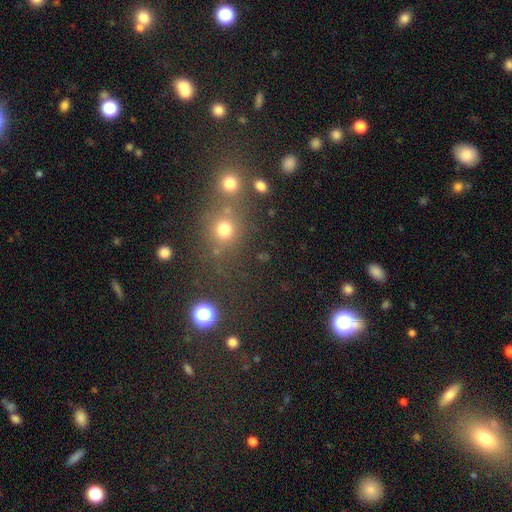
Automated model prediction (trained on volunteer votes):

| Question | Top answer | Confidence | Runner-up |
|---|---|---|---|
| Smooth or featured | smooth | 45% | tied: star or artifact (45%) |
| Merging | none | 65% | merger (21%) |